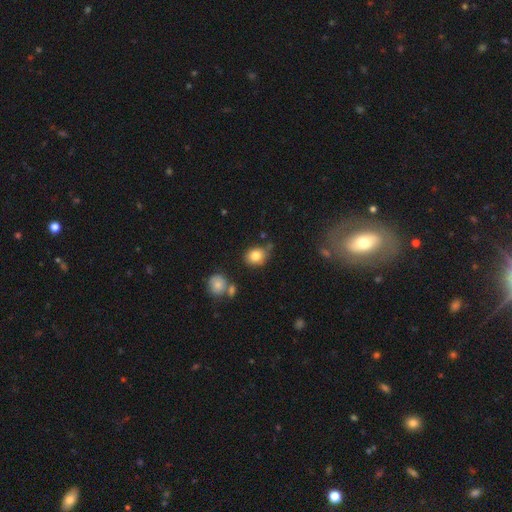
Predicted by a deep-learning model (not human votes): Smooth or featured: smooth — 82% (star or artifact — 10%)
How rounded: round — 59% (in between — 40%)
Merging: none — 70% (minor disturbance — 19%)